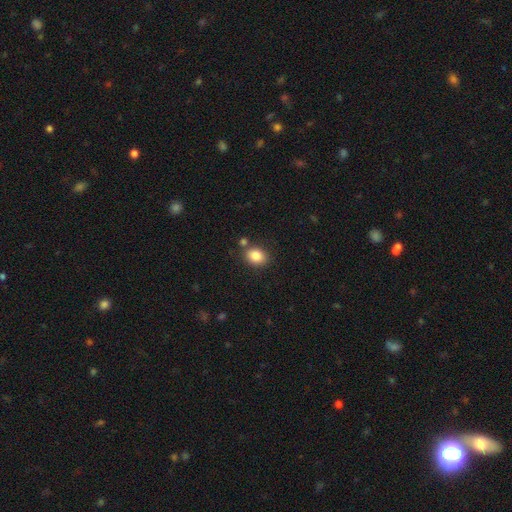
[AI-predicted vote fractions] Smooth or featured? smooth (85%)
How rounded? in between (58%)
Merging? none (76%)